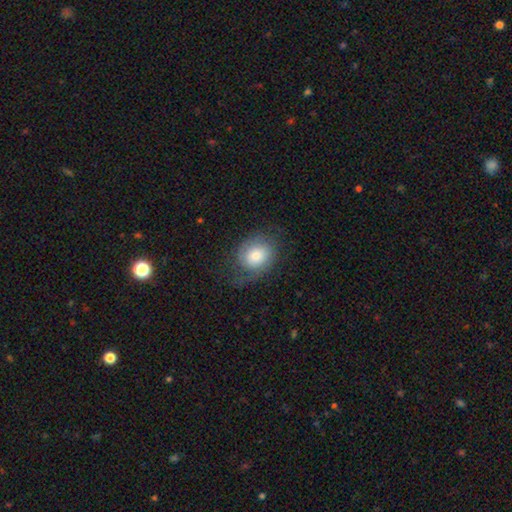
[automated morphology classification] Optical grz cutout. It shows a smooth galaxy with no disk features (52%) that is round (55%). Merging: none (60%).